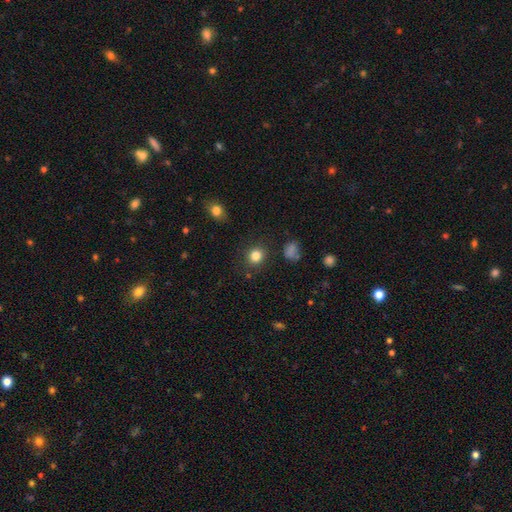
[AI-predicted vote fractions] smooth_or_featured: smooth (p=0.83) [alt: star or artifact p=0.12]
how_rounded: round (p=0.79) [alt: in between p=0.20]
merging: none (p=0.86) [alt: minor disturbance p=0.09]